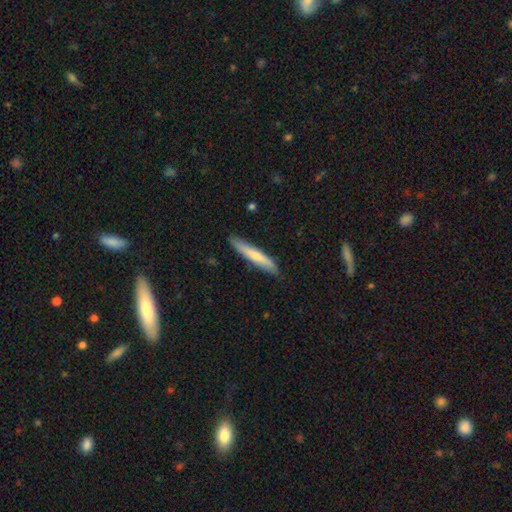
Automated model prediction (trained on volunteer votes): smooth-or-featured: smooth: 58% | featured or disk: 37% | star or artifact: 5%
  how-rounded: cigar-shaped: 92% | in between: 6% | round: 1%
  merging: none: 86% | minor disturbance: 11% | major disturbance: 2% | merger: 1%